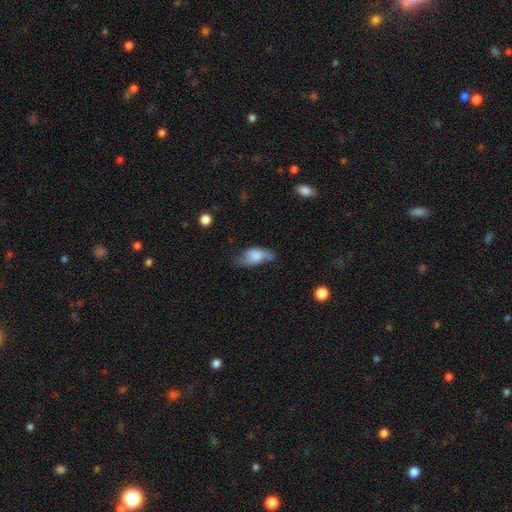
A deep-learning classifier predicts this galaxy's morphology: smooth_or_featured: smooth (p=0.64) [alt: featured or disk p=0.28]
how_rounded: in between (p=0.89) [alt: cigar-shaped p=0.06]
merging: none (p=0.40) [alt: minor disturbance p=0.37]